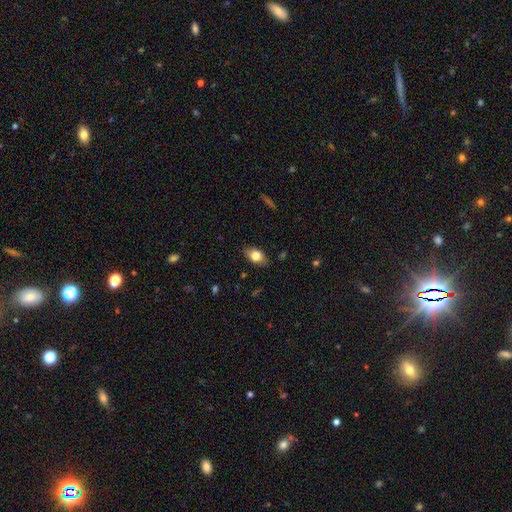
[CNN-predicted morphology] Smooth or featured: smooth — 79% (featured or disk — 13%)
How rounded: in between — 85% (round — 13%)
Merging: none — 82% (minor disturbance — 14%)